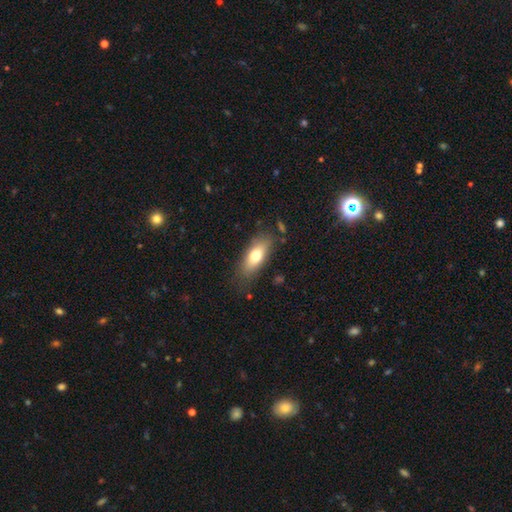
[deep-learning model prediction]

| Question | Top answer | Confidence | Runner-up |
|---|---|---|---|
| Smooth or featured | smooth | 72% | featured or disk (21%) |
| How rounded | in between | 76% | cigar-shaped (20%) |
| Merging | none | 78% | minor disturbance (15%) |